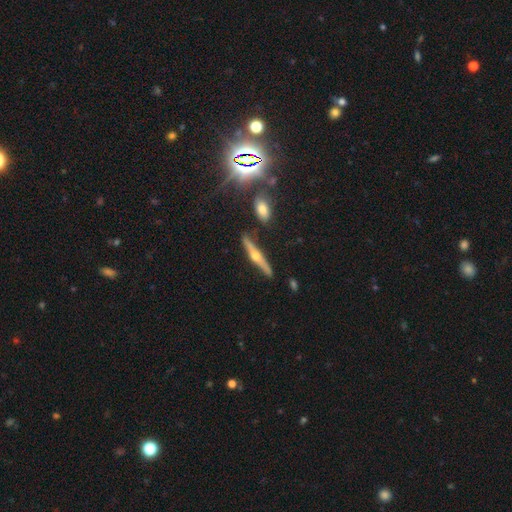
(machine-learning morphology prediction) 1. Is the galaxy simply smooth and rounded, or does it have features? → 74% featured or disk, 19% smooth, 8% star or artifact.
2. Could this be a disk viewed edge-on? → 96% yes, 4% no.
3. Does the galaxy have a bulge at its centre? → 94% rounded, 3% none, 3% boxy.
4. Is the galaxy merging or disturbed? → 84% none, 10% minor disturbance, 3% merger, 2% major disturbance.